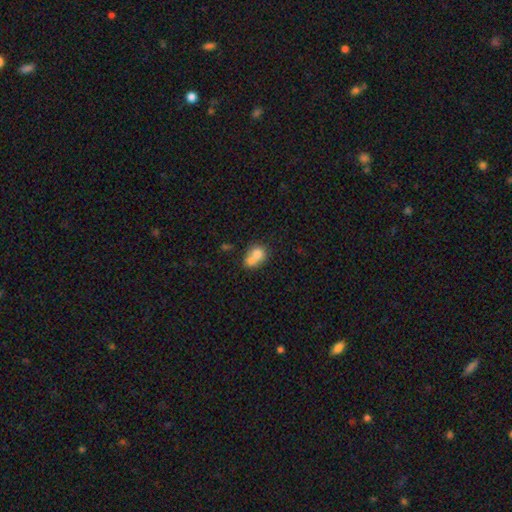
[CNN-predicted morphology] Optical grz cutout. It shows a smooth galaxy with no disk features (71%) that is round (63%). Merging: merger (67%).